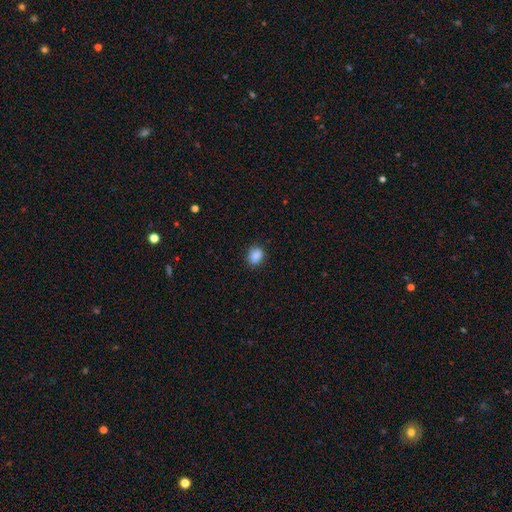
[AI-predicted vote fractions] This is clearly a smooth galaxy (87%). How rounded: possibly in between (59%). Merging: clearly none (82%).